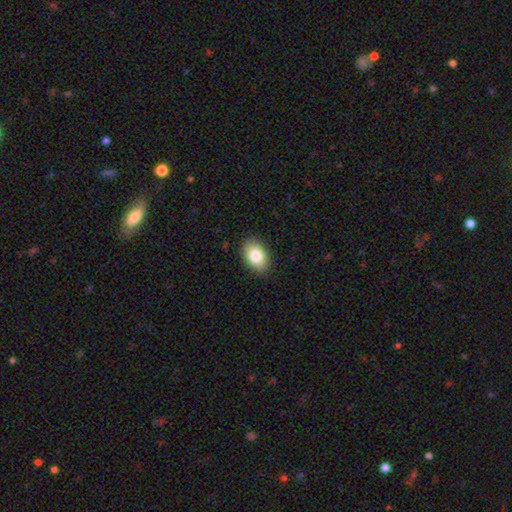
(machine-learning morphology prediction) This is clearly a smooth galaxy (84%). How rounded: clearly in between (87%). Merging: clearly none (87%).